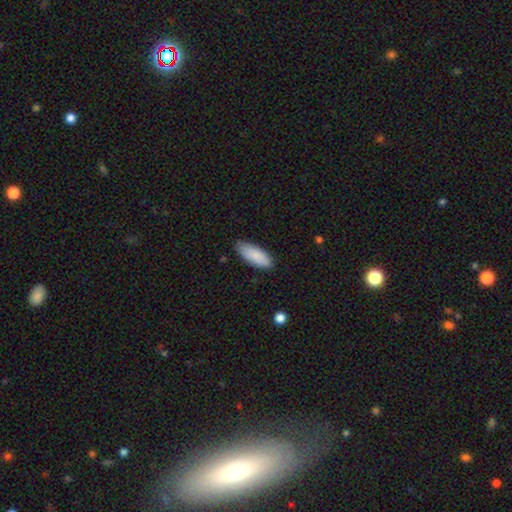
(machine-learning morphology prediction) A smooth galaxy with no disk features (88%) that is in between round and cigar-shaped (75%). Merging: none (80%).